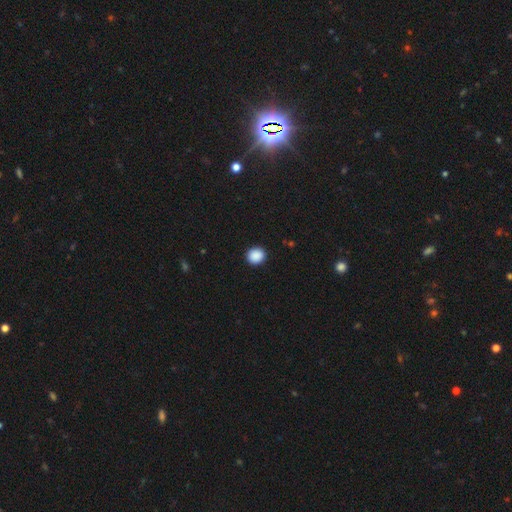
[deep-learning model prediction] Smooth or featured? smooth (89%)
How rounded? round (88%)
Merging? none (92%)